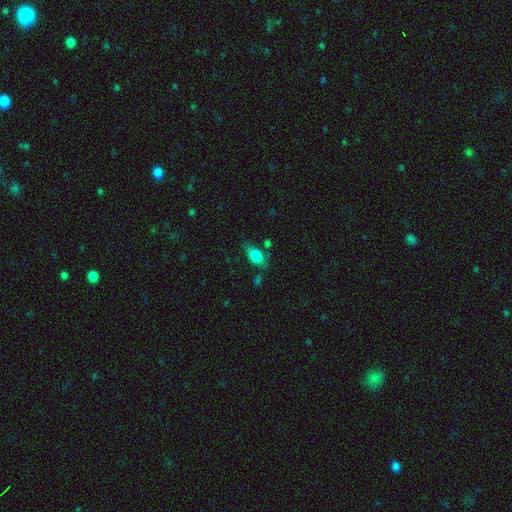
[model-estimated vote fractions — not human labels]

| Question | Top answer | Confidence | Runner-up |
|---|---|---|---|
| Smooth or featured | smooth | 78% | featured or disk (14%) |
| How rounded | in between | 86% | cigar-shaped (9%) |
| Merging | none | 65% | minor disturbance (22%) |